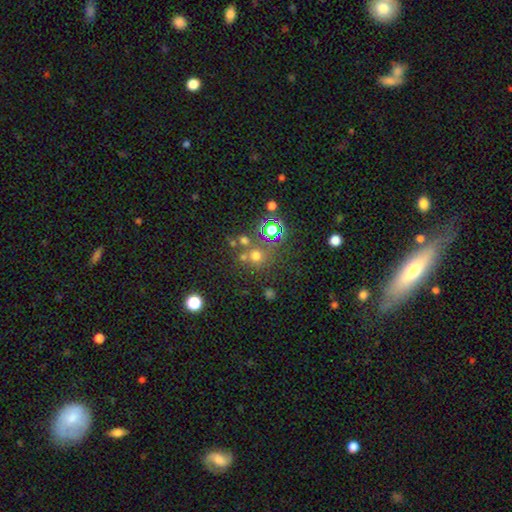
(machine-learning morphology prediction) smooth-or-featured: smooth: 59% | star or artifact: 31% | featured or disk: 10%
  how-rounded: round: 88% | in between: 11% | cigar-shaped: 1%
  merging: none: 64% | merger: 21% | minor disturbance: 10% | major disturbance: 6%